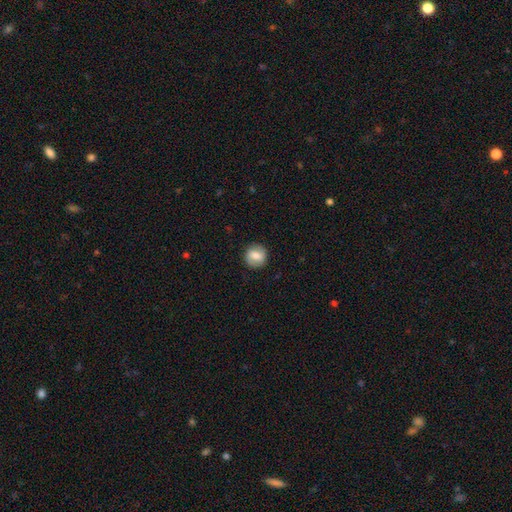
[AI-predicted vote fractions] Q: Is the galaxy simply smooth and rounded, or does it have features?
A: smooth — 59%.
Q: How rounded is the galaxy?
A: round — 86%.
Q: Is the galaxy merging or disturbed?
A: none — 87%.